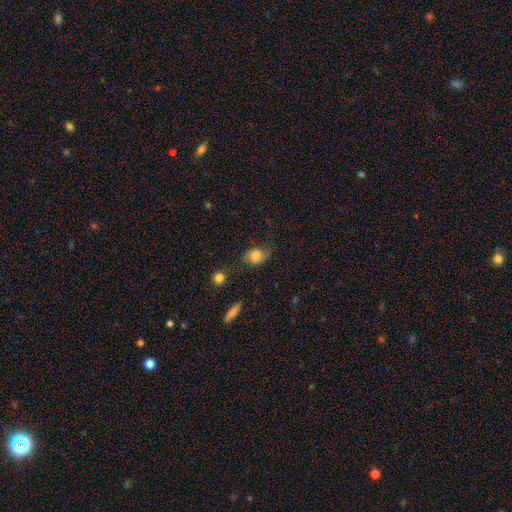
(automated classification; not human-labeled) This appears to be a smooth galaxy with no disk features (72%) that is in between round and cigar-shaped (56%). Merging: none (49%).